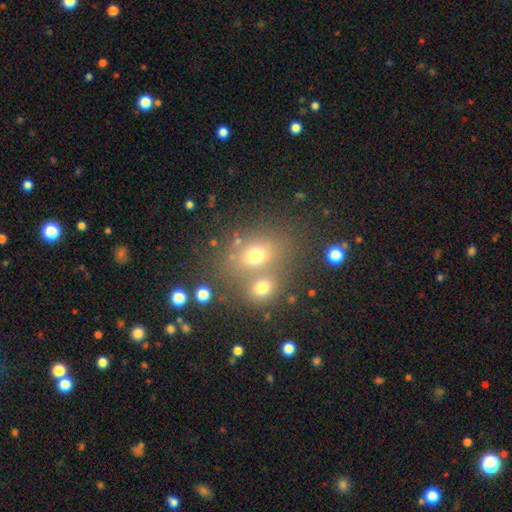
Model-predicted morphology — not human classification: A smooth galaxy with no disk features (67%) that is round (51%).

Vote fractions:
- Smooth or featured? smooth: 67% / star or artifact: 18% / featured or disk: 15%
- How rounded? round: 51% / in between: 48% / cigar-shaped: 1%
- Merging? none: 48% / merger: 37% / minor disturbance: 10% / major disturbance: 5%